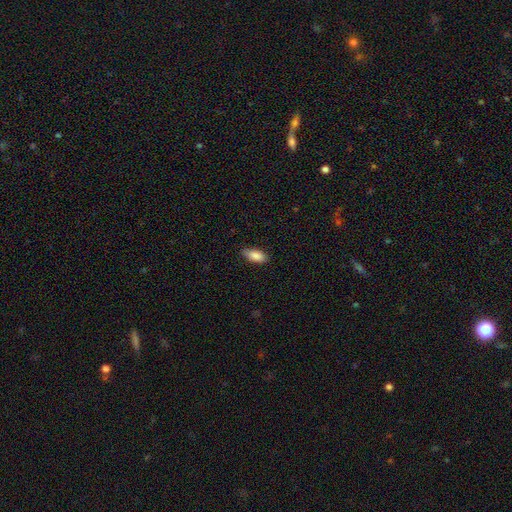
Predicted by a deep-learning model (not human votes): This appears to be a smooth galaxy with no disk features (88%) that is in between round and cigar-shaped (87%). Merging: none (81%).